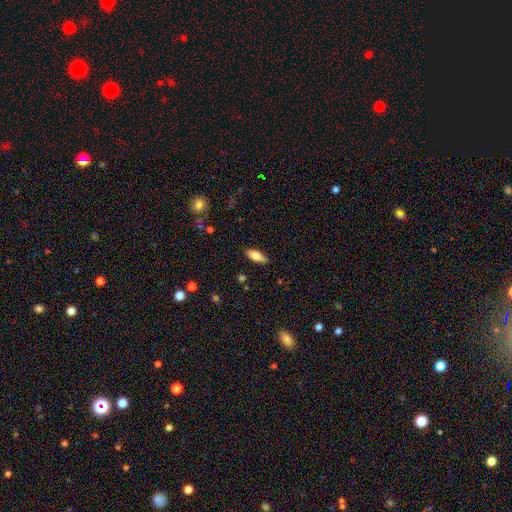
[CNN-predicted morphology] Smooth or featured: smooth — 76% (featured or disk — 17%)
How rounded: in between — 74% (cigar-shaped — 23%)
Merging: none — 85% (minor disturbance — 12%)